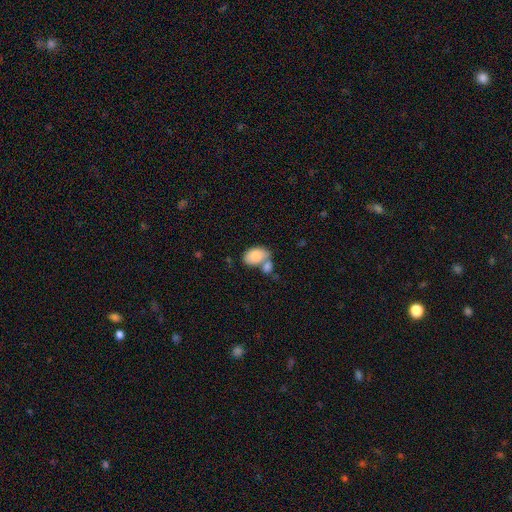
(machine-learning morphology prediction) The model was most divided on "merging": merger: 48%, none: 34%, minor disturbance: 13%, major disturbance: 5%. More confident: how rounded — in between (86%); smooth or featured — smooth (77%).